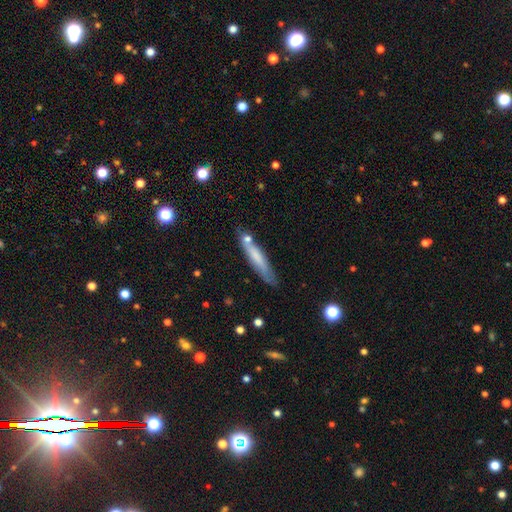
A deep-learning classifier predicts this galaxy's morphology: A smooth galaxy with no disk features (67%) that is cigar-shaped (89%).

Vote fractions:
- Smooth or featured? smooth: 67% / featured or disk: 27% / star or artifact: 6%
- How rounded? cigar-shaped: 89% / in between: 9% / round: 1%
- Merging? none: 69% / minor disturbance: 19% / merger: 8% / major disturbance: 4%